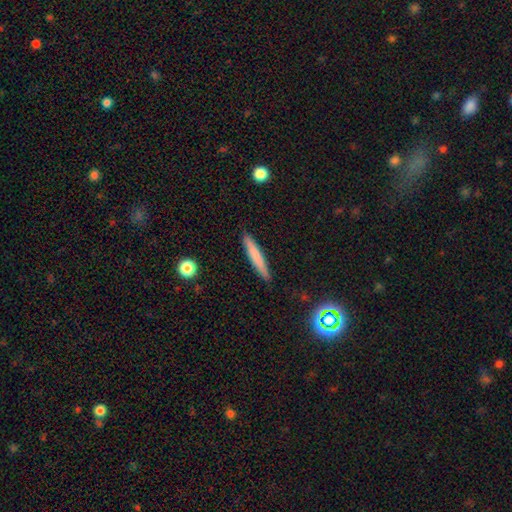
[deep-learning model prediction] The model was most divided on "smooth or featured": smooth: 71%, featured or disk: 22%, star or artifact: 7%. More confident: how rounded — cigar-shaped (94%); merging — none (90%).